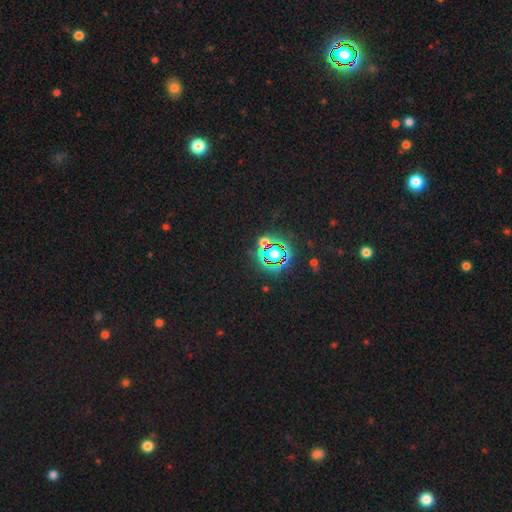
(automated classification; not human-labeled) Smooth or featured? Predicted: star or artifact (p=0.81).